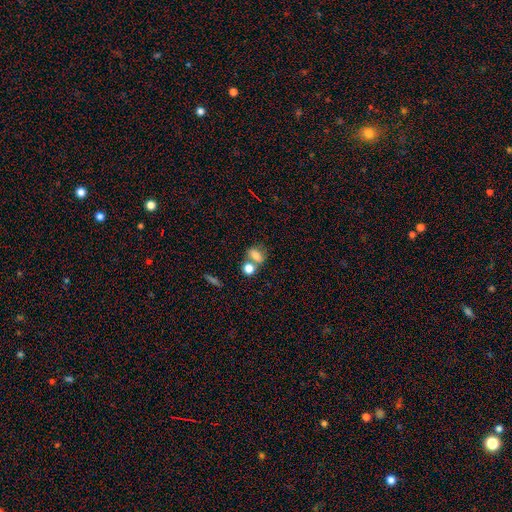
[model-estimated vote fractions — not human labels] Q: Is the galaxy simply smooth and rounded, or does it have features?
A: smooth — 72%.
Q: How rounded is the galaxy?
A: in between — 61%.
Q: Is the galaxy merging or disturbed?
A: none — 41%.